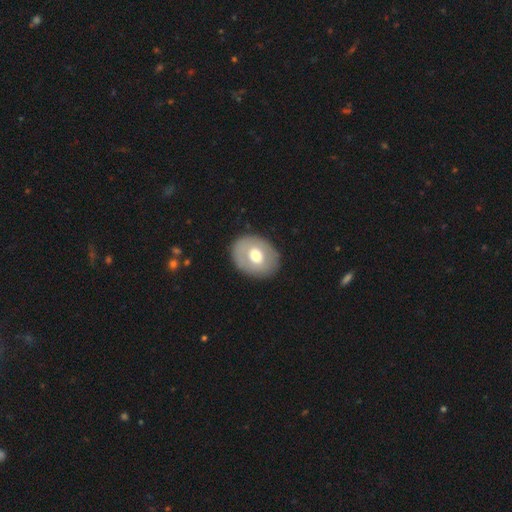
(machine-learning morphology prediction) This is possibly a smooth galaxy (58%). How rounded: possibly in between (54%). Merging: clearly none (84%).